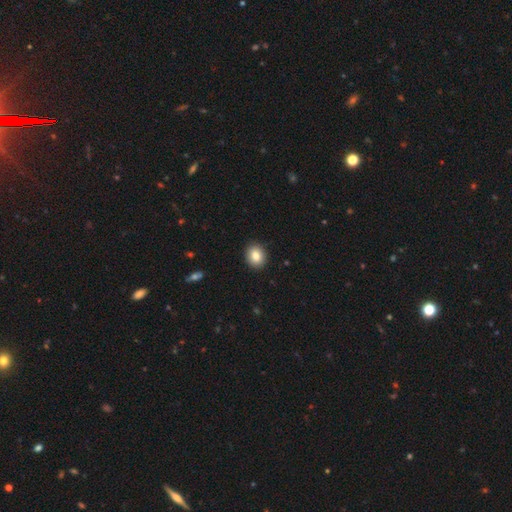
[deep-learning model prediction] A smooth galaxy with no disk features (85%) that is round (61%).

Vote fractions:
- Smooth or featured? smooth: 85% / star or artifact: 9% / featured or disk: 7%
- How rounded? round: 61% / in between: 38% / cigar-shaped: 1%
- Merging? none: 92% / minor disturbance: 6% / major disturbance: 2% / merger: 1%